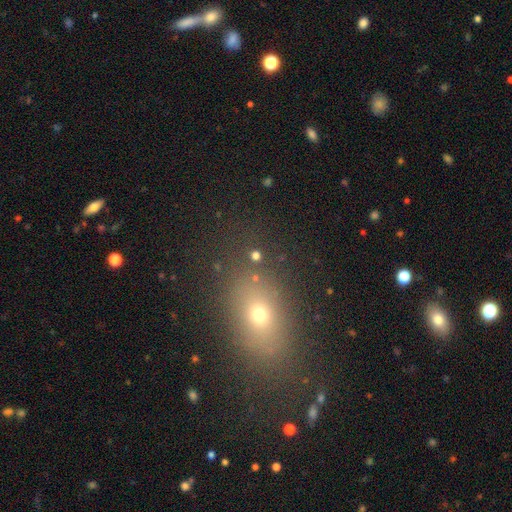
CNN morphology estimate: smooth_or_featured: smooth (p=0.68) [alt: star or artifact p=0.24]
how_rounded: round (p=0.84) [alt: in between p=0.14]
merging: none (p=0.81) [alt: merger p=0.07]